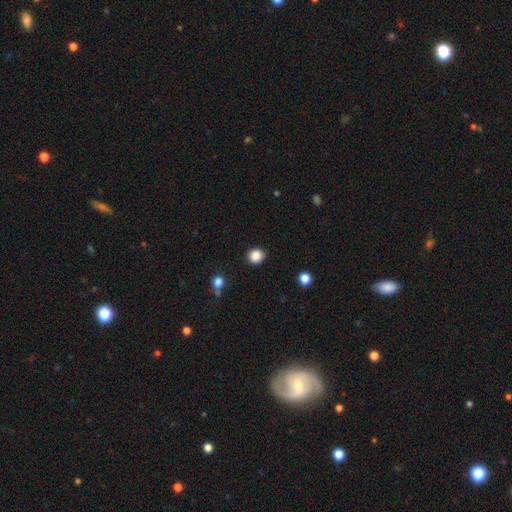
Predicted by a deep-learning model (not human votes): Smooth or featured? Predicted: smooth (p=0.87). How rounded? Predicted: round (p=0.89). Merging? Predicted: none (p=0.89).